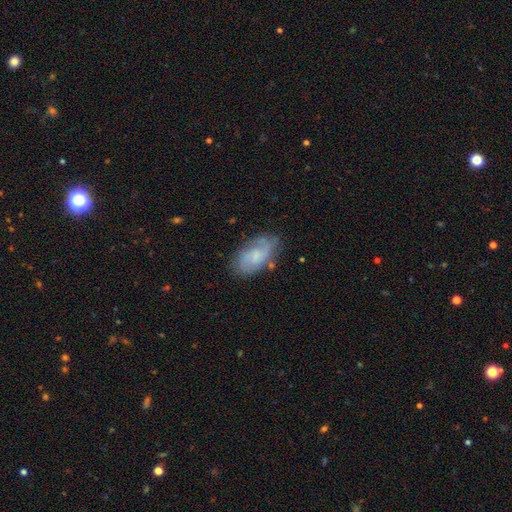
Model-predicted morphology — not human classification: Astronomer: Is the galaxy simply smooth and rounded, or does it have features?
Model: featured or disk — 63%.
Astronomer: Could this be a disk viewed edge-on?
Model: no — 96%.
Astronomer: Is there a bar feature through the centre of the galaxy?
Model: no — 54% (runner-up: weak, 40%).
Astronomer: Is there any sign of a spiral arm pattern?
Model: yes — 90%.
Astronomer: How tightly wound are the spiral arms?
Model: medium — 46% (runner-up: tight, 33%).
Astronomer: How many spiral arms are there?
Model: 2 — 65%.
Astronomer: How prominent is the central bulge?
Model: small — 44% (runner-up: none, 30%).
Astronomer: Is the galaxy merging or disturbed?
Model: none — 72%.